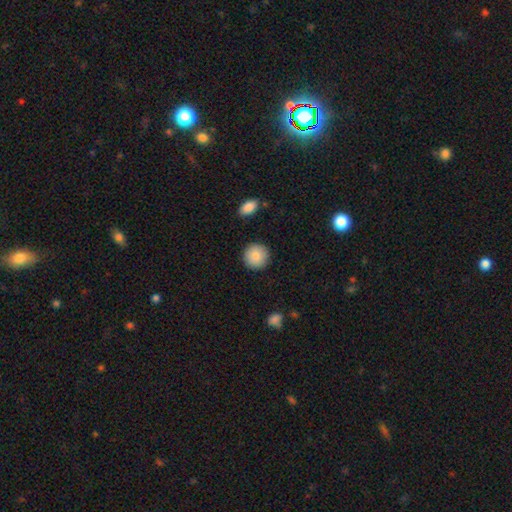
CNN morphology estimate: smooth-or-featured: smooth: 87% | star or artifact: 7% | featured or disk: 6%
  how-rounded: round: 94% | in between: 5% | cigar-shaped: 1%
  merging: none: 91% | minor disturbance: 6% | major disturbance: 2% | merger: 1%